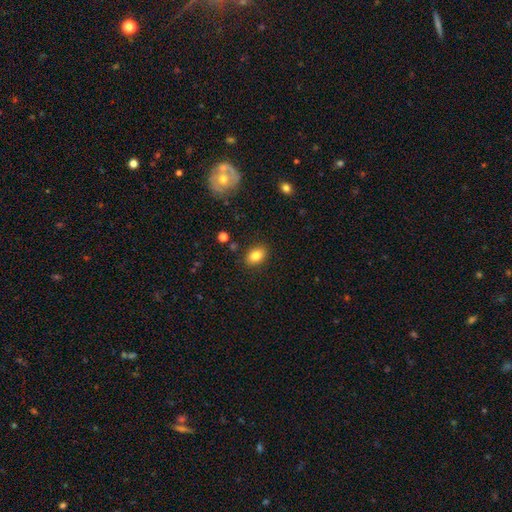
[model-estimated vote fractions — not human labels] Overall: smooth (82%). How rounded: in between (80%). Merging: none (87%).